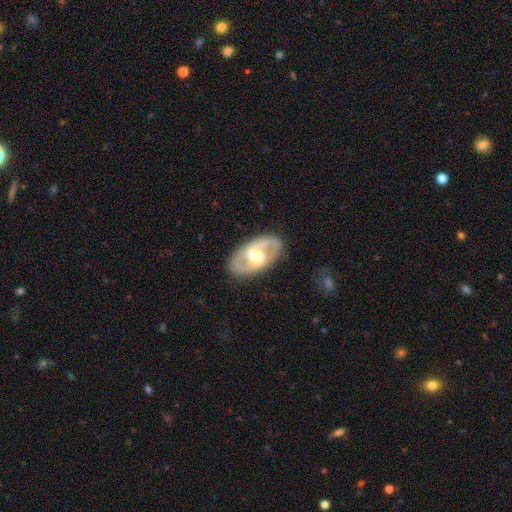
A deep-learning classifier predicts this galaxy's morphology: This appears to be a featured or disk galaxy (79%) with a weak bar (49%), 2 (89%) medium (53%) spiral arms (80%) and a moderate central bulge (65%). Merging: none (86%).